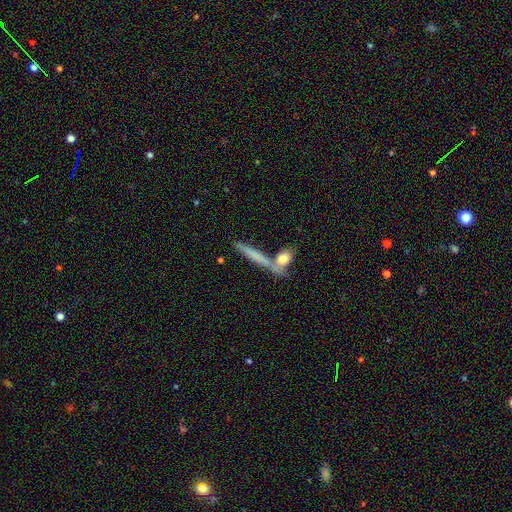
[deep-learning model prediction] Smooth or featured? smooth (57%)
How rounded? cigar-shaped (87%)
Merging? none (66%)